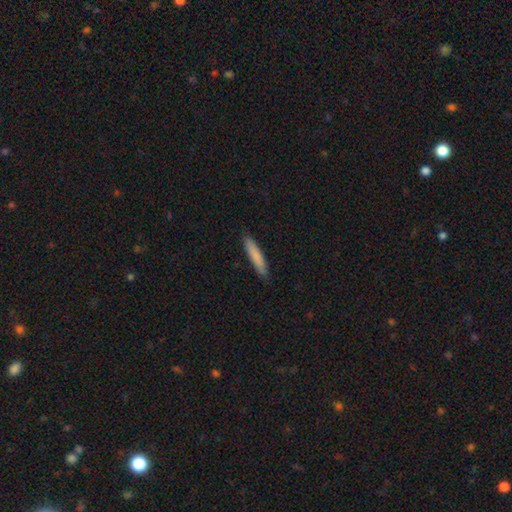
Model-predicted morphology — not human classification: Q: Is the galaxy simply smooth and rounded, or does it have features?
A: smooth — 81%.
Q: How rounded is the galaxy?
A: cigar-shaped — 91%.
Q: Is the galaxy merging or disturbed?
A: none — 88%.